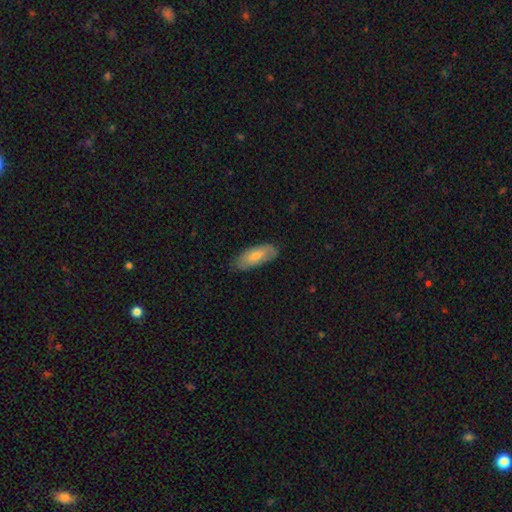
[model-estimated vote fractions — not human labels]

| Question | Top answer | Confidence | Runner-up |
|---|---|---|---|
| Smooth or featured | smooth | 65% | featured or disk (29%) |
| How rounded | in between | 79% | cigar-shaped (19%) |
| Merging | none | 79% | minor disturbance (17%) |